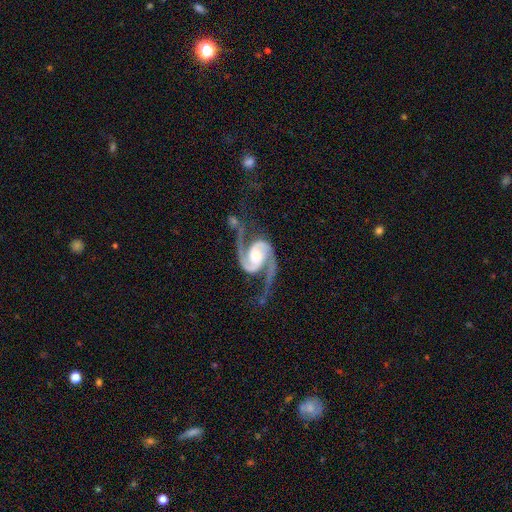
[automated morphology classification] Smooth or featured: featured or disk — 94% (star or artifact — 4%)
Edge-on disk: no — 98% (yes — 2%)
Bar: no — 47% (weak — 35%)
Spiral arms: yes — 99% (no — 1%)
Spiral winding: medium — 57% (loose — 26%)
Spiral arm count: 2 — 94% (1 — 1%)
Bulge size: moderate — 60% (small — 25%)
Merging: none — 62% (minor disturbance — 18%)